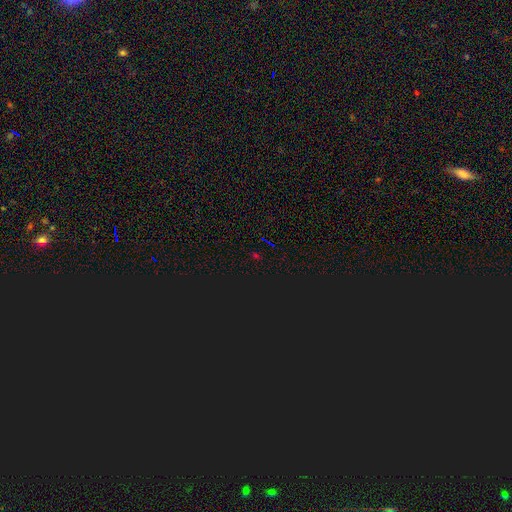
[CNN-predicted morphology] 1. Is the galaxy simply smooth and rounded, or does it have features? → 72% star or artifact, 20% smooth, 8% featured or disk.